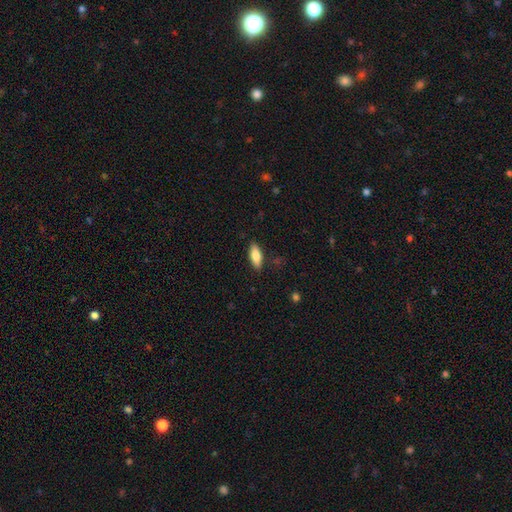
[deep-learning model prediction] Smooth or featured?
  - smooth: 81% *
  - featured or disk: 13%
  - star or artifact: 6%
How rounded?
  - in between: 75% *
  - cigar-shaped: 22%
  - round: 2%
Merging?
  - none: 87% *
  - minor disturbance: 10%
  - major disturbance: 2%
  - merger: 1%